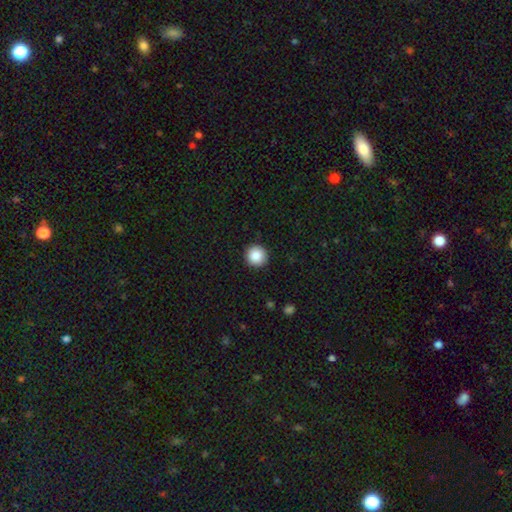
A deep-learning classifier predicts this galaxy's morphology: Smooth or featured?
  - smooth: 87% *
  - star or artifact: 9%
  - featured or disk: 4%
How rounded?
  - round: 96% *
  - in between: 3%
  - cigar-shaped: 1%
Merging?
  - none: 93% *
  - minor disturbance: 5%
  - major disturbance: 2%
  - merger: 1%